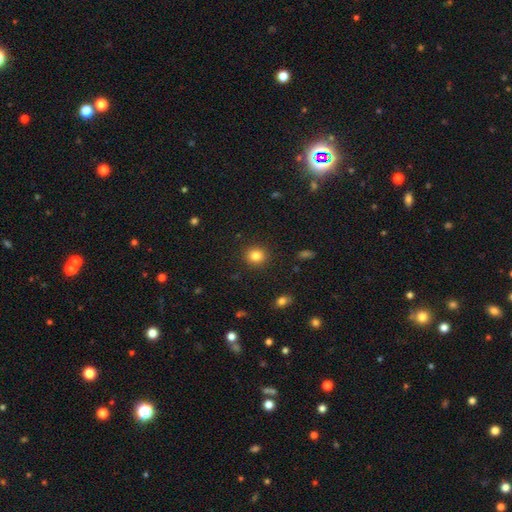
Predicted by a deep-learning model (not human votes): Overall: smooth (83%). How rounded: round (84%). Merging: none (91%).